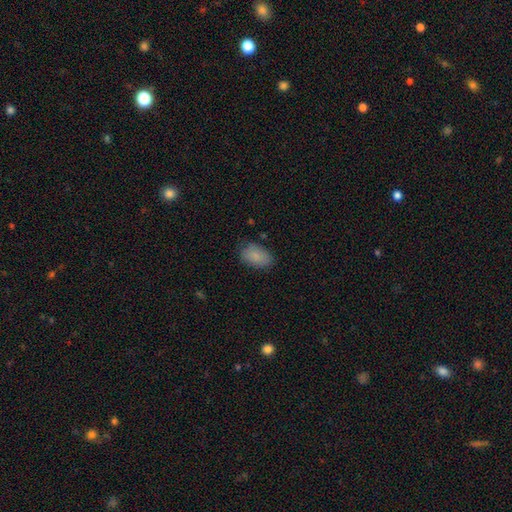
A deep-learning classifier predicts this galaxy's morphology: The model was most divided on "merging": none: 78%, minor disturbance: 17%, major disturbance: 4%, merger: 1%. More confident: how rounded — in between (90%); smooth or featured — smooth (86%).